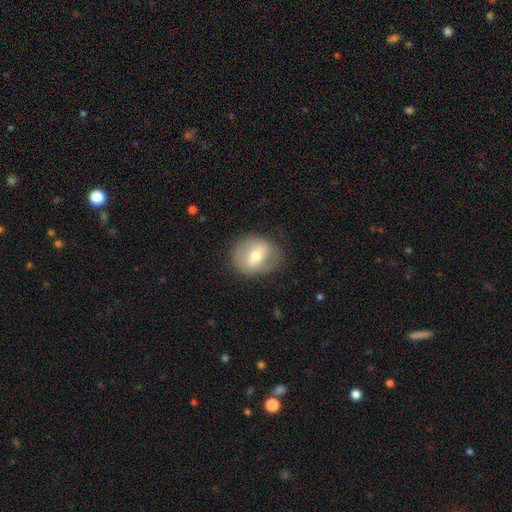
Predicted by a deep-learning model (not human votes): Q: Smooth or featured?
A: smooth (53%); runner-up: featured or disk (39%)
Q: How rounded?
A: round (66%); runner-up: in between (33%)
Q: Merging?
A: none (79%); runner-up: minor disturbance (14%)